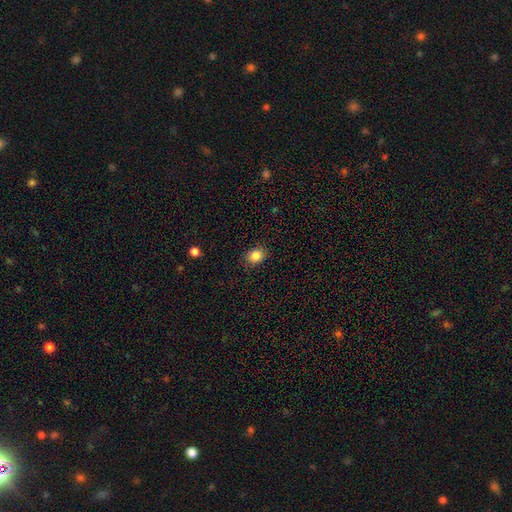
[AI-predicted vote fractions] Smooth or featured: smooth — 85% (star or artifact — 10%)
How rounded: round — 51% (in between — 48%)
Merging: none — 85% (minor disturbance — 11%)